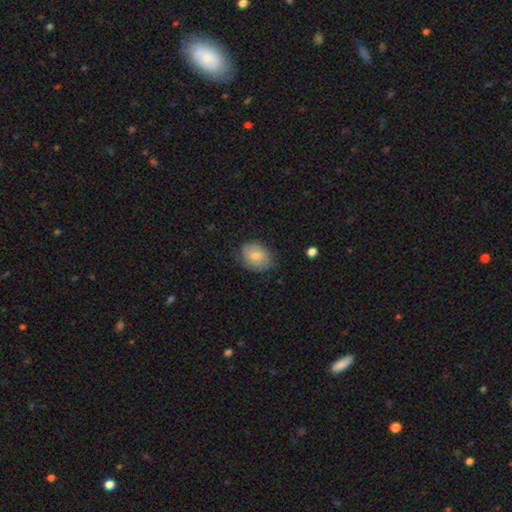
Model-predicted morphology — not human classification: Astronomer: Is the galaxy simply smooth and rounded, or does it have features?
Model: smooth — 68%.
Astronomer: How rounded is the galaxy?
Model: in between — 67%.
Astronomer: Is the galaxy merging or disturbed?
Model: none — 68%.